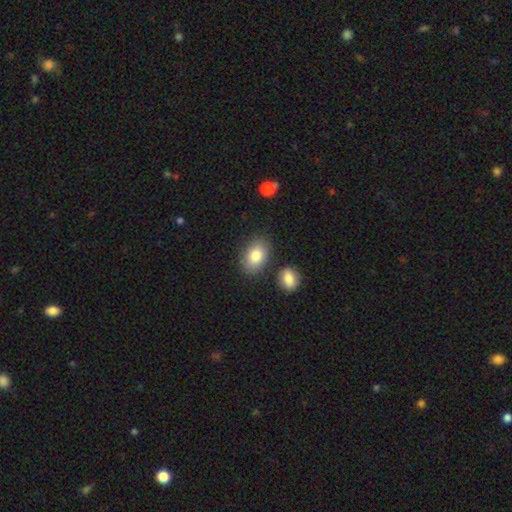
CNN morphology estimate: This appears to be a smooth galaxy with no disk features (82%) that is in between round and cigar-shaped (85%). Merging: none (79%).